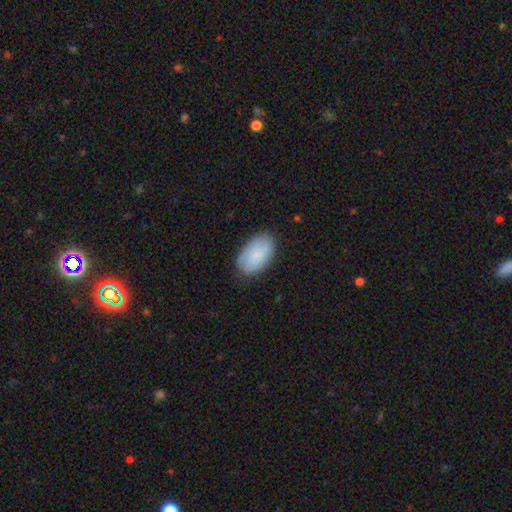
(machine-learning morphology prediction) Overall: smooth (76%). How rounded: in between (94%). Merging: none (79%).